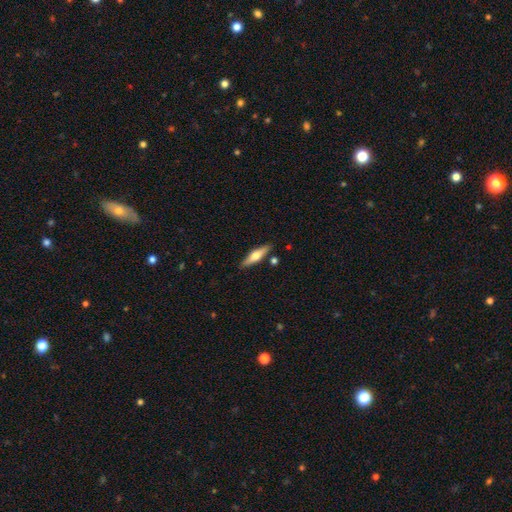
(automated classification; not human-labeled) Smooth or featured: featured or disk — 48% (smooth — 46%)
Merging: none — 85% (minor disturbance — 9%)